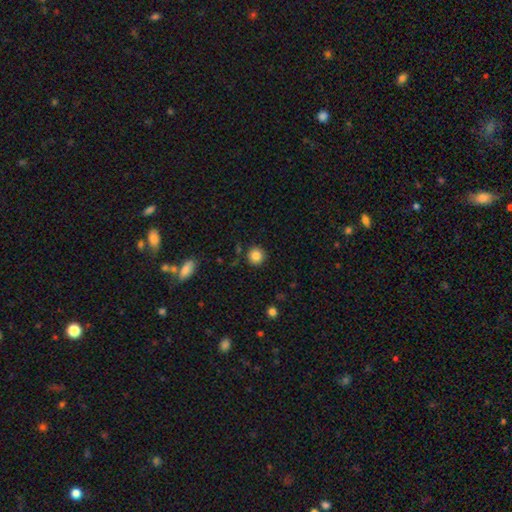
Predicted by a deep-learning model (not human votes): The model was most divided on "smooth or featured": smooth: 85%, star or artifact: 10%, featured or disk: 5%. More confident: how rounded — round (93%); merging — none (88%).